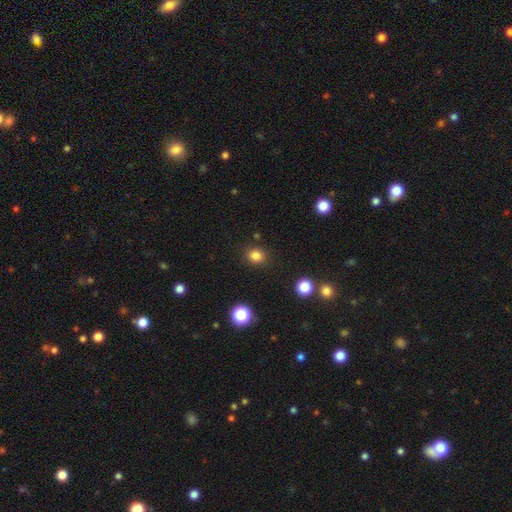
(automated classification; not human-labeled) A smooth galaxy with no disk features (82%) that is round (74%).

Vote fractions:
- Smooth or featured? smooth: 82% / star or artifact: 13% / featured or disk: 5%
- How rounded? round: 74% / in between: 25% / cigar-shaped: 1%
- Merging? none: 88% / minor disturbance: 8% / major disturbance: 3% / merger: 2%